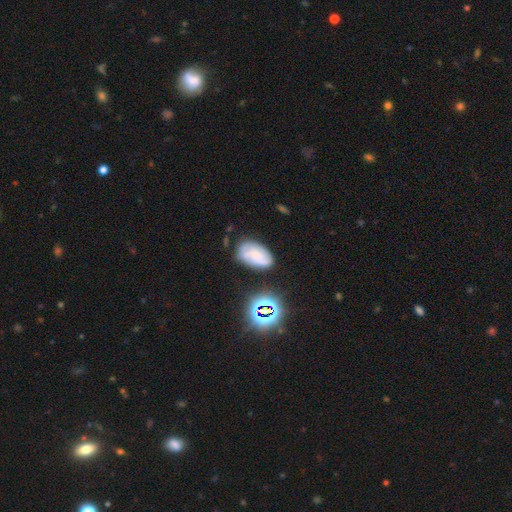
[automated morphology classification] Q: Smooth or featured?
A: smooth (44%); runner-up: featured or disk (41%)
Q: Merging?
A: none (62%); runner-up: minor disturbance (25%)